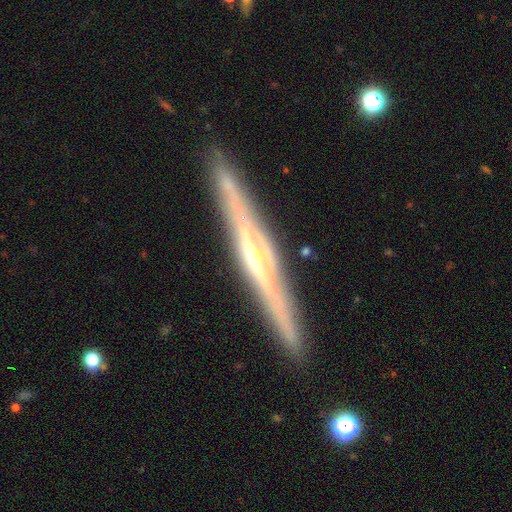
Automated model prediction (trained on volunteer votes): Smooth or featured? featured or disk (85%)
Edge-on disk? yes (97%)
Edge-on bulge? rounded (79%)
Merging? none (91%)